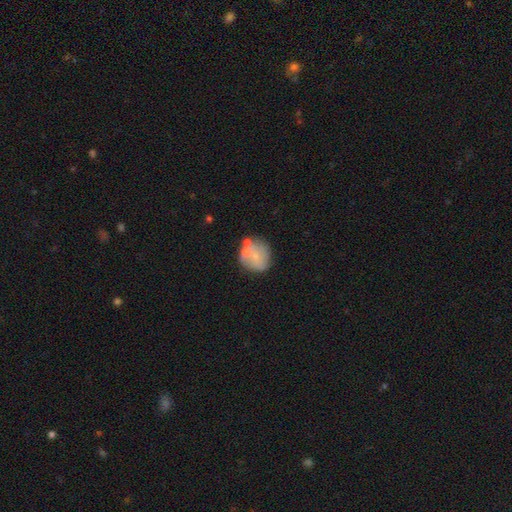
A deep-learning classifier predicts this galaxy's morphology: The model was most divided on "smooth or featured": smooth: 57%, featured or disk: 34%, star or artifact: 9%. More confident: how rounded — round (80%); merging — none (57%).